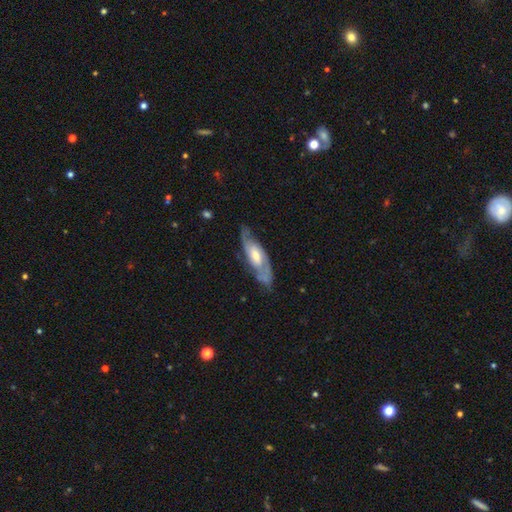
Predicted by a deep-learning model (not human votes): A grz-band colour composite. It shows a featured or disk galaxy (78%) with no bar (49%), 2 (73%) medium (44%) spiral arms (88%) and a moderate central bulge (61%). Merging: none (73%).